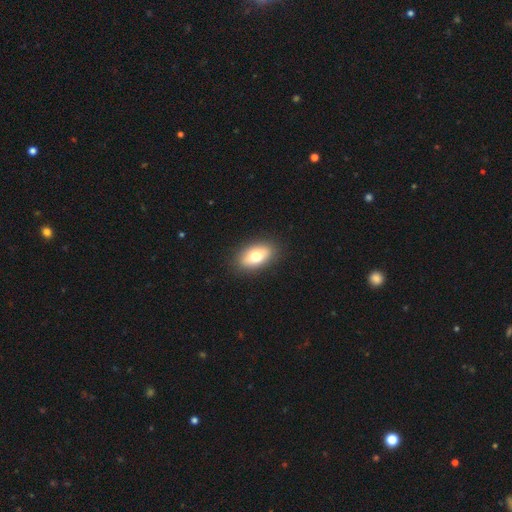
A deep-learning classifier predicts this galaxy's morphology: smooth-or-featured: smooth: 72% | featured or disk: 21% | star or artifact: 8%
  how-rounded: in between: 88% | round: 8% | cigar-shaped: 4%
  merging: none: 89% | minor disturbance: 8% | major disturbance: 2% | merger: 1%